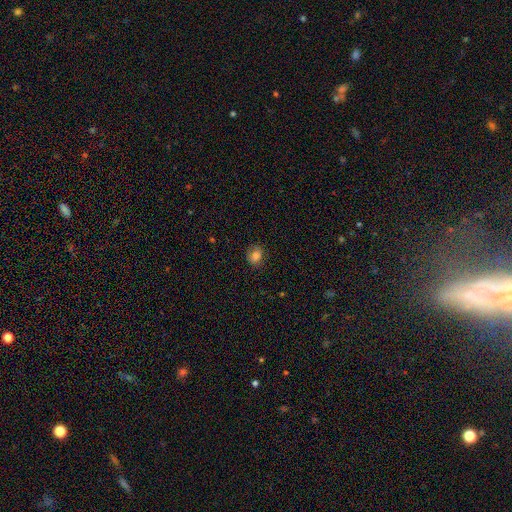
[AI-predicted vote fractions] Q: Smooth or featured?
A: smooth (82%); runner-up: star or artifact (11%)
Q: How rounded?
A: round (60%); runner-up: in between (39%)
Q: Merging?
A: none (79%); runner-up: minor disturbance (16%)